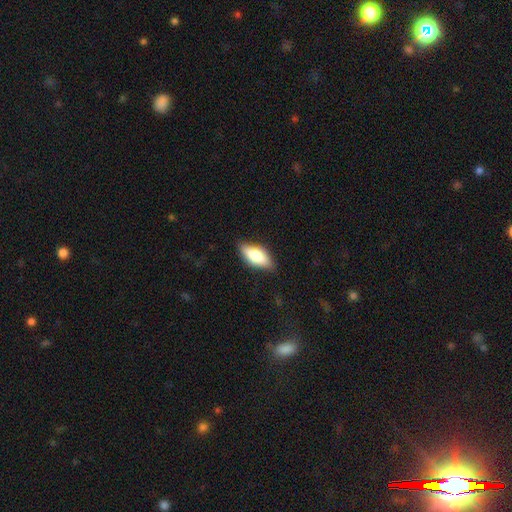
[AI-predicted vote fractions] Smooth or featured: smooth — 74% (featured or disk — 20%)
How rounded: in between — 80% (cigar-shaped — 17%)
Merging: none — 80% (minor disturbance — 16%)